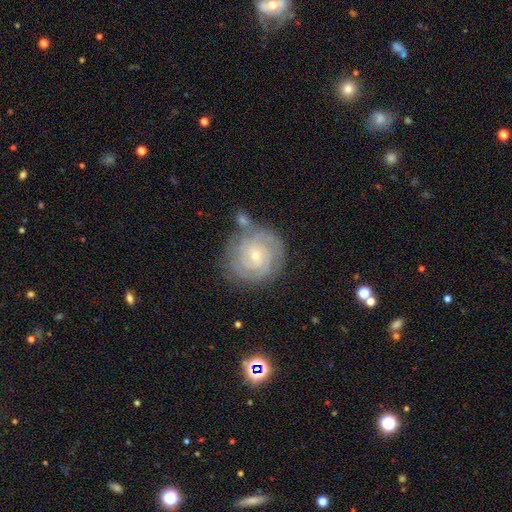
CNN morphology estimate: The model was most divided on "spiral arm count": 3: 26%, can't tell: 25%, 2: 24%, 4: 14%, more than 4: 6%, 1: 6%. More confident: edge-on disk — no (98%); spiral arms — yes (96%); smooth or featured — featured or disk (83%); spiral winding — tight (80%); bulge size — small (74%); merging — none (74%); bar — no (72%).